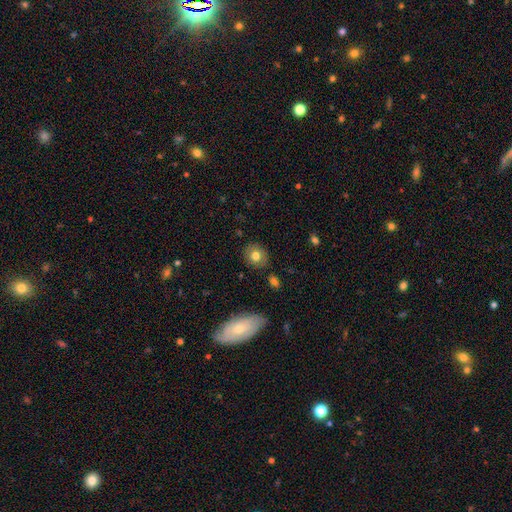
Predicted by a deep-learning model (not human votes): Smooth or featured? smooth (77%)
How rounded? round (70%)
Merging? none (86%)